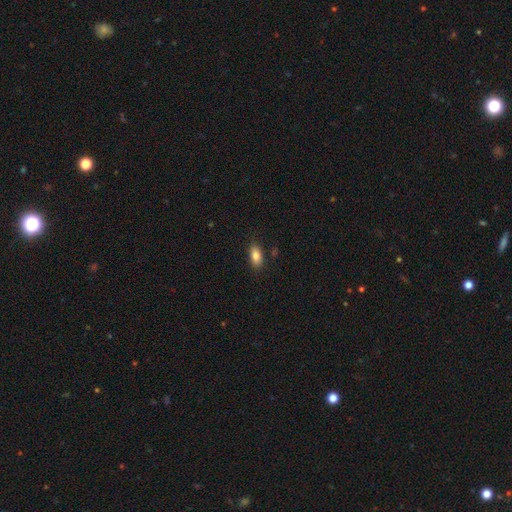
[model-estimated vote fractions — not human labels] A smooth galaxy with no disk features (84%) that is in between round and cigar-shaped (89%).

Vote fractions:
- Smooth or featured? smooth: 84% / star or artifact: 8% / featured or disk: 8%
- How rounded? in between: 89% / cigar-shaped: 6% / round: 5%
- Merging? none: 84% / minor disturbance: 12% / major disturbance: 3% / merger: 2%